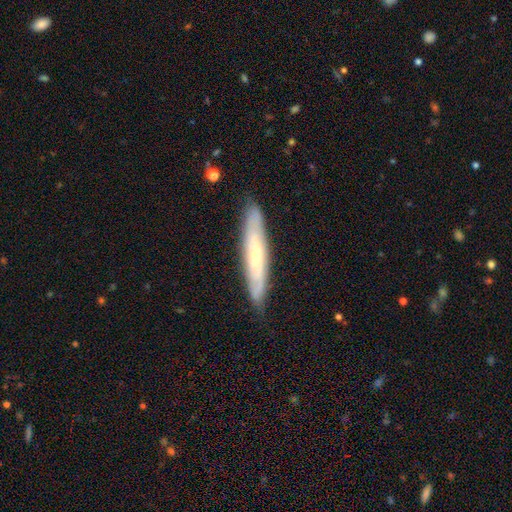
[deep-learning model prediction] Morphology: type=featured or disk (54%); edge-on=yes (65%); merging=none (84%).